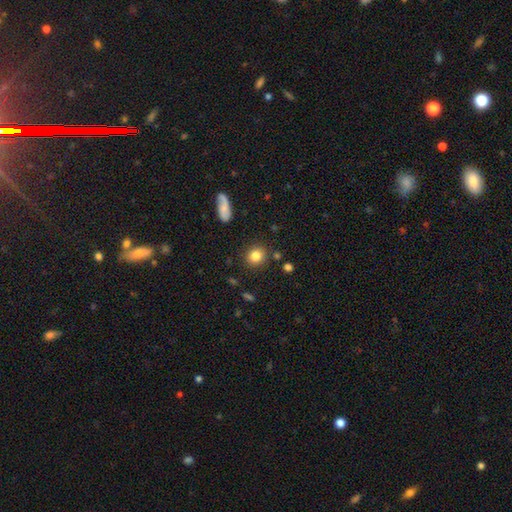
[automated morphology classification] Smooth or featured: smooth — 83% (star or artifact — 10%)
How rounded: round — 81% (in between — 17%)
Merging: none — 87% (minor disturbance — 8%)